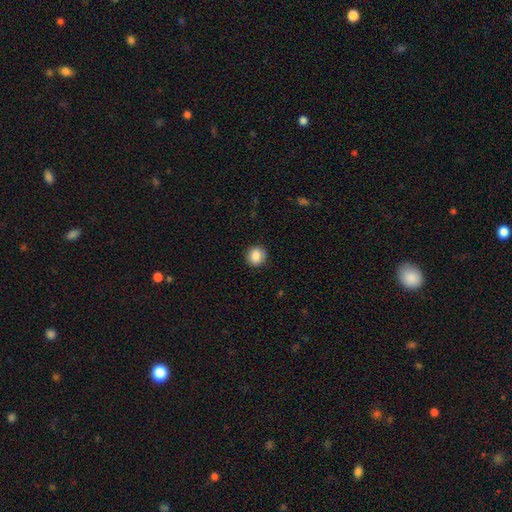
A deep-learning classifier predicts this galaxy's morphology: A smooth galaxy with no disk features (87%) that is round (84%).

Vote fractions:
- Smooth or featured? smooth: 87% / star or artifact: 9% / featured or disk: 5%
- How rounded? round: 84% / in between: 15% / cigar-shaped: 1%
- Merging? none: 88% / minor disturbance: 9% / major disturbance: 2% / merger: 1%